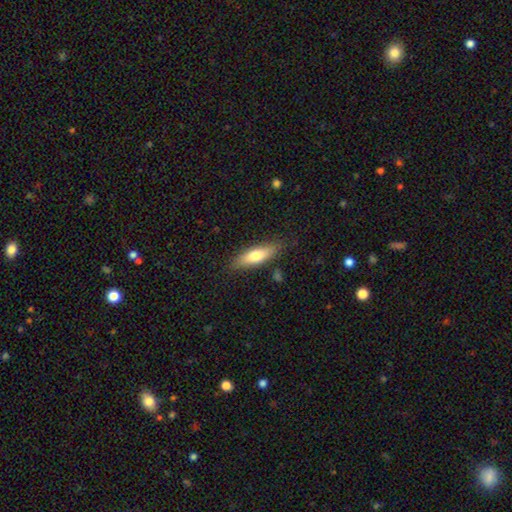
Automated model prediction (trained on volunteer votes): Smooth or featured? Predicted: smooth (p=0.69). How rounded? Predicted: in between (p=0.52). Merging? Predicted: none (p=0.83).